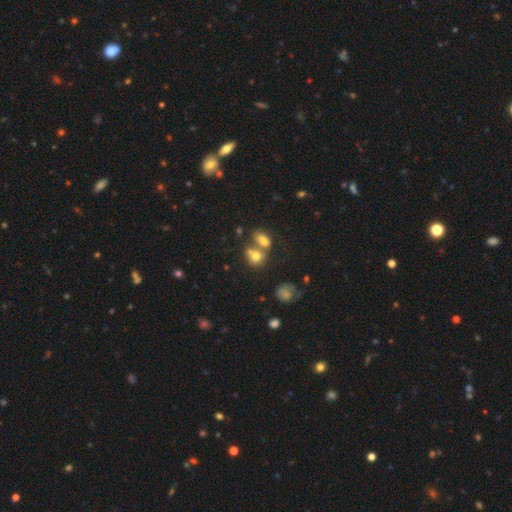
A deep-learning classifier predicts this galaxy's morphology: Smooth or featured? smooth (74%)
How rounded? in between (54%)
Merging? merger (52%)